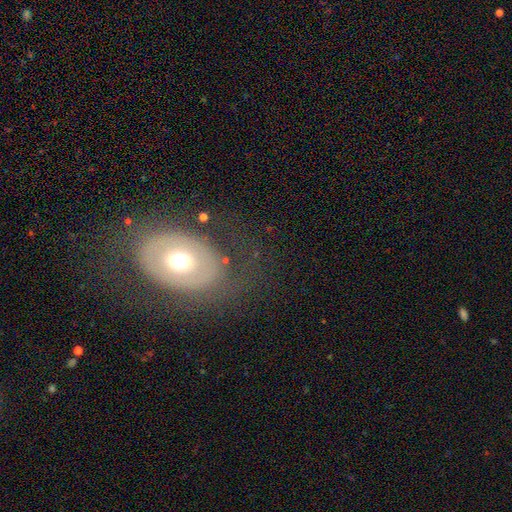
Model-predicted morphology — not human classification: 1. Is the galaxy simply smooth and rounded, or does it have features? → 52% featured or disk, 39% smooth, 9% star or artifact.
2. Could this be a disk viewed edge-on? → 92% no, 8% yes.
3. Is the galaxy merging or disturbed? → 75% none, 13% minor disturbance, 10% major disturbance, 2% merger.